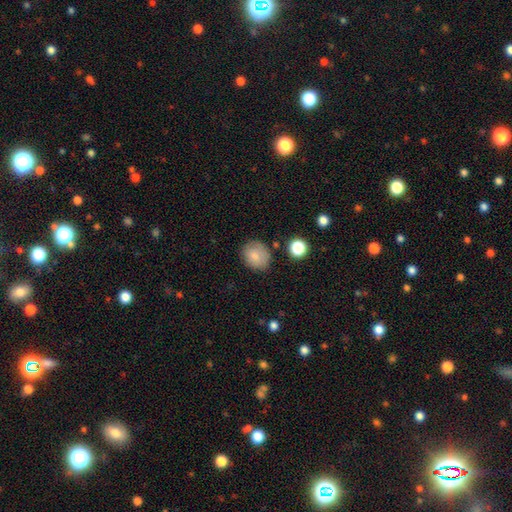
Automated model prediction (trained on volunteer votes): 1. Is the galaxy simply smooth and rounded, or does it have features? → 82% smooth, 9% star or artifact, 9% featured or disk.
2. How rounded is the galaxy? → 71% round, 28% in between, 1% cigar-shaped.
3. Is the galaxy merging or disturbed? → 76% none, 17% minor disturbance, 4% major disturbance, 3% merger.